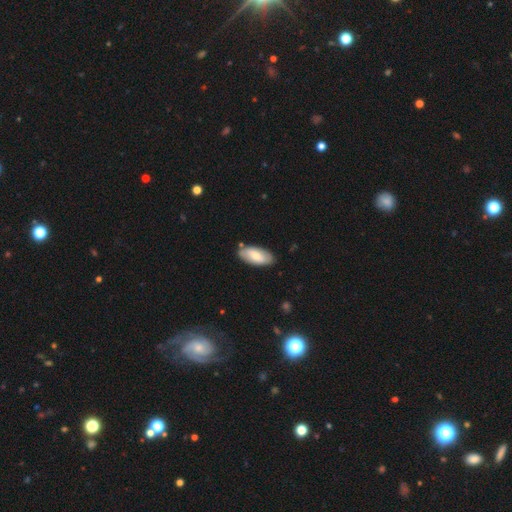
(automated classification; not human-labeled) Q: Smooth or featured?
A: smooth (67%); runner-up: featured or disk (27%)
Q: How rounded?
A: in between (91%); runner-up: cigar-shaped (7%)
Q: Merging?
A: none (81%); runner-up: minor disturbance (14%)